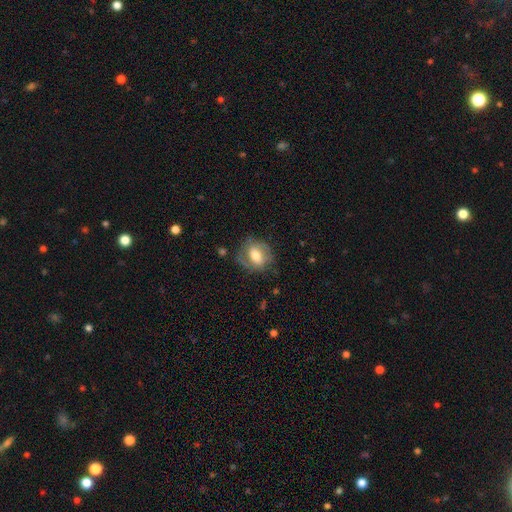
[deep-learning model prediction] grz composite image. It shows a smooth galaxy with no disk features (48%). Merging: none (64%).